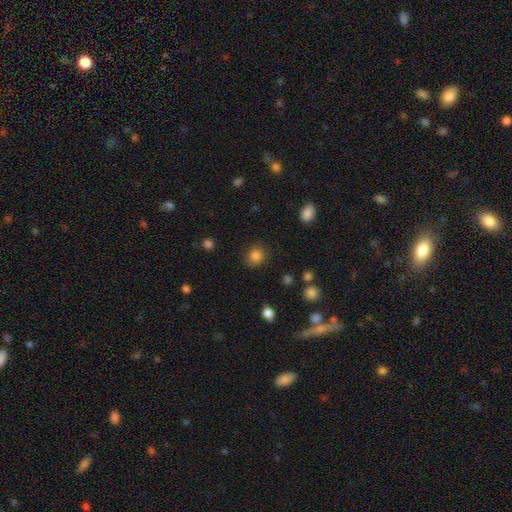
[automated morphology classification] Overall: smooth (84%). How rounded: round (79%). Merging: none (82%).